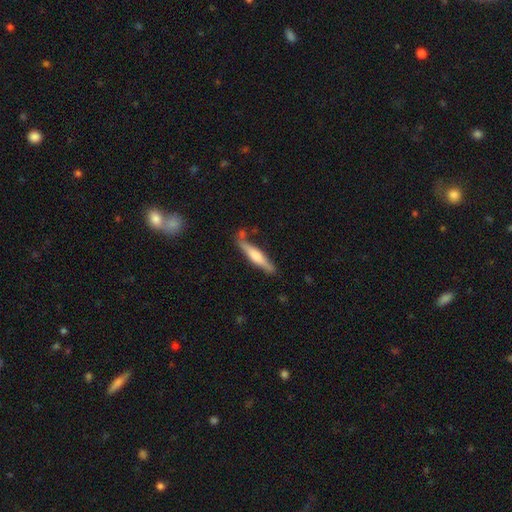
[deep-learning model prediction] Smooth or featured? Predicted: featured or disk (p=0.52). Edge-on disk? Predicted: yes (p=0.92). Merging? Predicted: none (p=0.71).